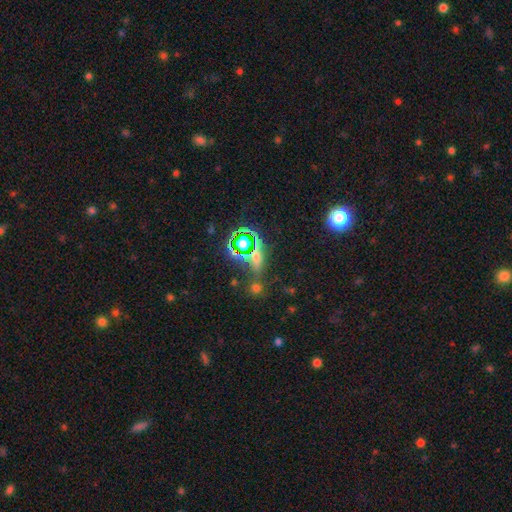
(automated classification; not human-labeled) This is possibly a star or artifact rather than a galaxy (54%).